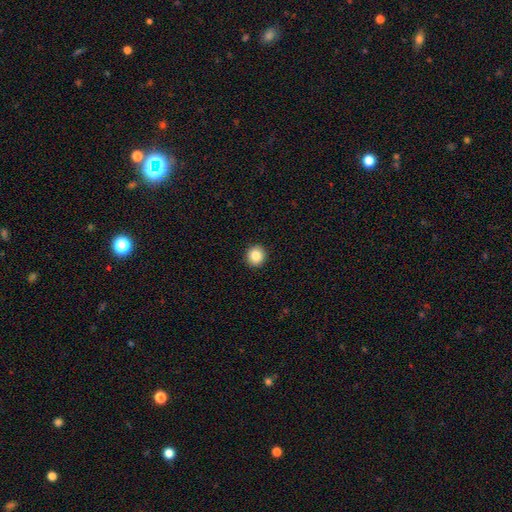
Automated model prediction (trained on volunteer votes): A smooth galaxy with no disk features (86%) that is round (91%).

Vote fractions:
- Smooth or featured? smooth: 86% / star or artifact: 9% / featured or disk: 5%
- How rounded? round: 91% / in between: 8% / cigar-shaped: 1%
- Merging? none: 93% / minor disturbance: 4% / major disturbance: 1% / merger: 1%